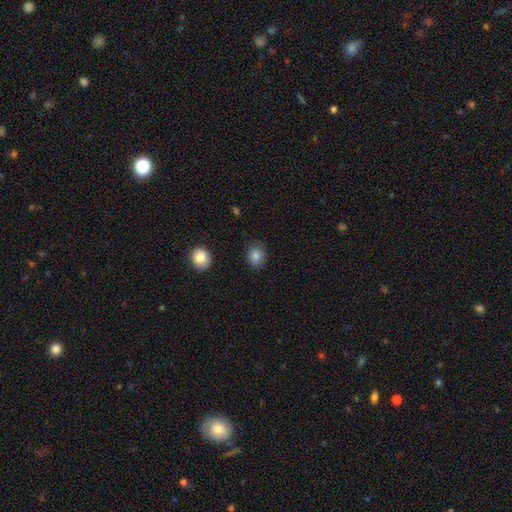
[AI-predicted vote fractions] Smooth or featured: smooth — 85% (star or artifact — 10%)
How rounded: round — 64% (in between — 36%)
Merging: none — 85% (minor disturbance — 11%)